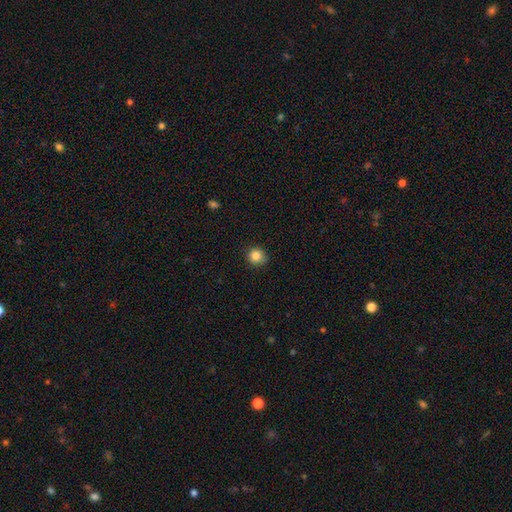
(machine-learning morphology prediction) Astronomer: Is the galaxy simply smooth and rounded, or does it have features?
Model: smooth — 84%.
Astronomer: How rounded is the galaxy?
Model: round — 89%.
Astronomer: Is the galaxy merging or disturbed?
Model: none — 84%.